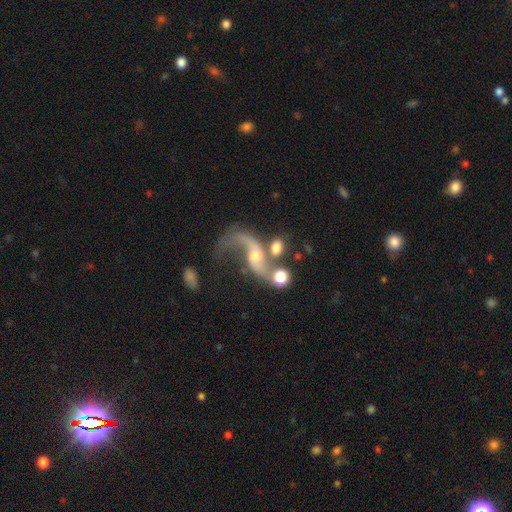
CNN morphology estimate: Smooth or featured? featured or disk (83%)
Edge-on disk? no (96%)
Bar? no (55%)
Spiral arms? yes (91%)
Spiral winding? loose (87%)
Spiral arm count? 2 (82%)
Bulge size? small (48%)
Merging? none (33%)